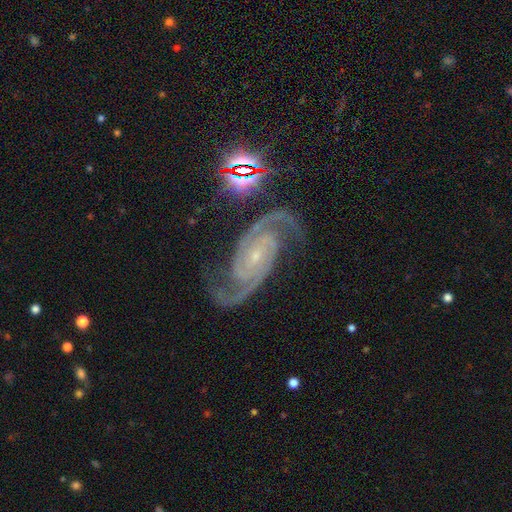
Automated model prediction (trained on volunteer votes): featured or disk 92%, star or artifact 6%, smooth 2%. Down the decision tree: edge-on disk — no (98%); bar — no (54%); spiral arms — yes (99%); spiral arm count — 2 (89%); spiral winding — medium (52%); bulge size — small (81%); merging — none (78%).